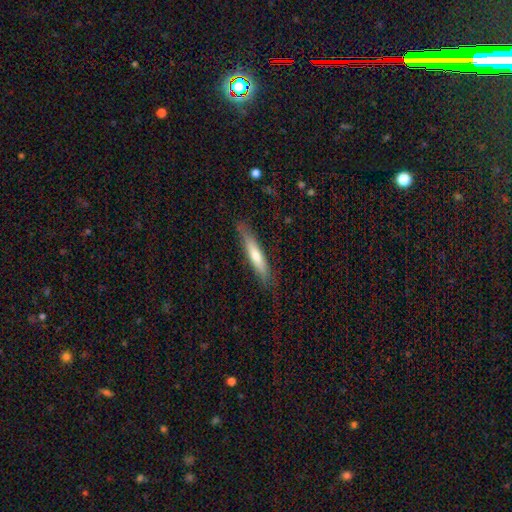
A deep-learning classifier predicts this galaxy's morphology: smooth_or_featured: smooth (p=0.61) [alt: featured or disk p=0.33]
how_rounded: cigar-shaped (p=0.87) [alt: in between p=0.12]
merging: none (p=0.82) [alt: minor disturbance p=0.14]